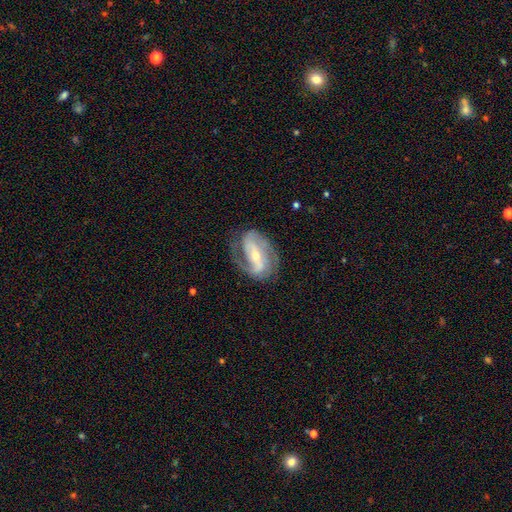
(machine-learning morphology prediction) This appears to be a featured or disk galaxy (87%) with a strong bar (52%), 2 (76%) medium (46%) spiral arms (94%) and a small central bulge (54%). Merging: none (70%).